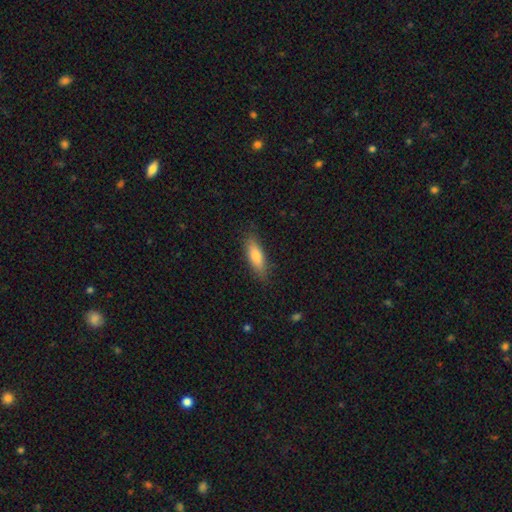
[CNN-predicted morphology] smooth-or-featured: smooth: 80% | featured or disk: 14% | star or artifact: 6%
  how-rounded: cigar-shaped: 50% | in between: 48% | round: 2%
  merging: none: 84% | minor disturbance: 12% | major disturbance: 2% | merger: 1%